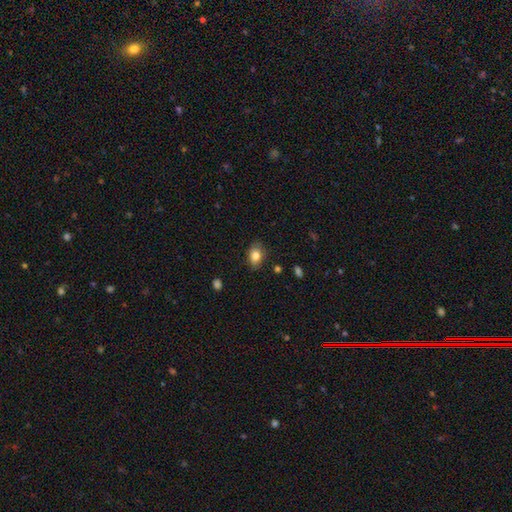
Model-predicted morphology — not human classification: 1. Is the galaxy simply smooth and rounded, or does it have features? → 80% smooth, 11% featured or disk, 9% star or artifact.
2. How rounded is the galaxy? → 80% in between, 19% round, 2% cigar-shaped.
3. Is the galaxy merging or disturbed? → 81% none, 15% minor disturbance, 3% major disturbance, 1% merger.